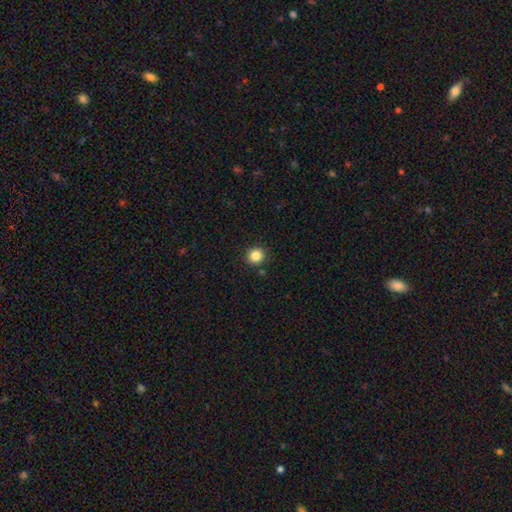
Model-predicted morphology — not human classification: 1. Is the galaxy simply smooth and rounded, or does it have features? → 84% smooth, 11% star or artifact, 4% featured or disk.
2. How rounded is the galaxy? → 93% round, 6% in between, 1% cigar-shaped.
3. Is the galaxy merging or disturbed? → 91% none, 6% minor disturbance, 2% merger, 2% major disturbance.